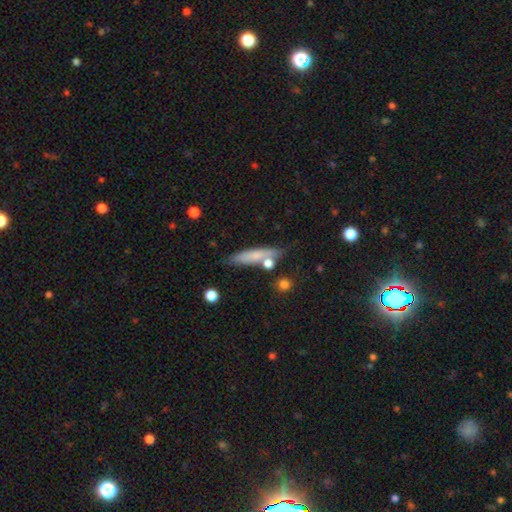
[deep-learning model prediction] Smooth or featured? smooth (68%)
How rounded? cigar-shaped (80%)
Merging? none (74%)